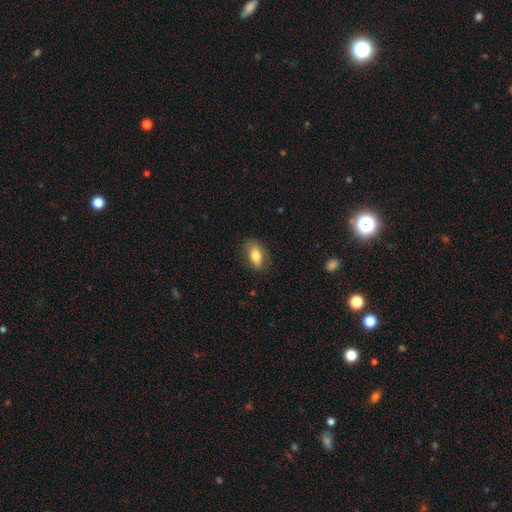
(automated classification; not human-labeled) Smooth or featured?
  - smooth: 77% *
  - featured or disk: 15%
  - star or artifact: 7%
How rounded?
  - in between: 87% *
  - cigar-shaped: 7%
  - round: 6%
Merging?
  - none: 79% *
  - minor disturbance: 16%
  - major disturbance: 4%
  - merger: 1%